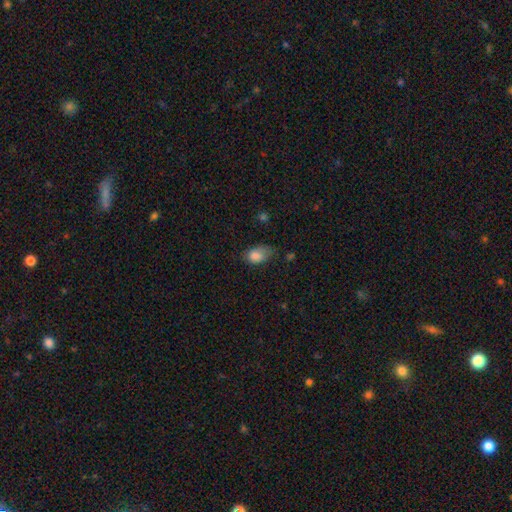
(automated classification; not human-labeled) Smooth or featured?
  - smooth: 83% *
  - featured or disk: 8%
  - star or artifact: 8%
How rounded?
  - in between: 87% *
  - round: 11%
  - cigar-shaped: 2%
Merging?
  - none: 42% *
  - minor disturbance: 40%
  - major disturbance: 15%
  - merger: 3%